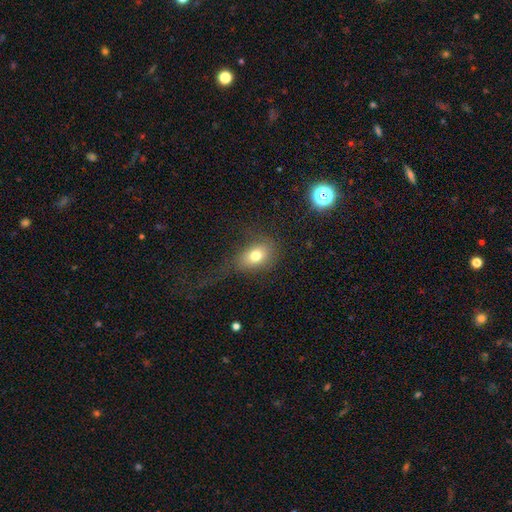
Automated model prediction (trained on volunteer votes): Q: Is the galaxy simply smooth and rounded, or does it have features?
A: smooth — 75%.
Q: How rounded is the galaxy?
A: in between — 71%.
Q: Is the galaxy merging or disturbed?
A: none — 53%.